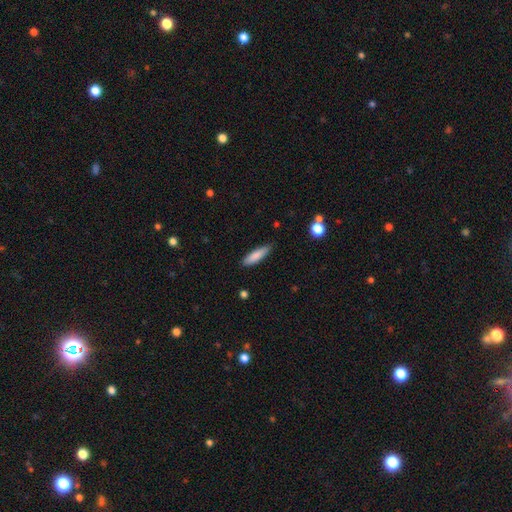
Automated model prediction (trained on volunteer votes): Morphology: type=smooth (85%); roundness=cigar-shaped (67%); merging=none (84%).